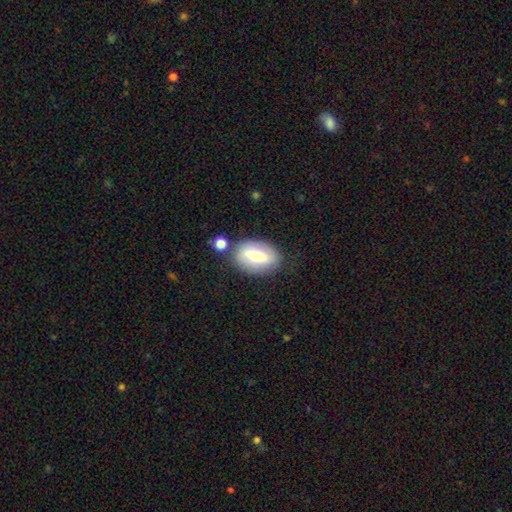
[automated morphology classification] Q: Smooth or featured?
A: smooth (59%); runner-up: featured or disk (34%)
Q: How rounded?
A: in between (86%); runner-up: round (9%)
Q: Merging?
A: none (75%); runner-up: minor disturbance (14%)